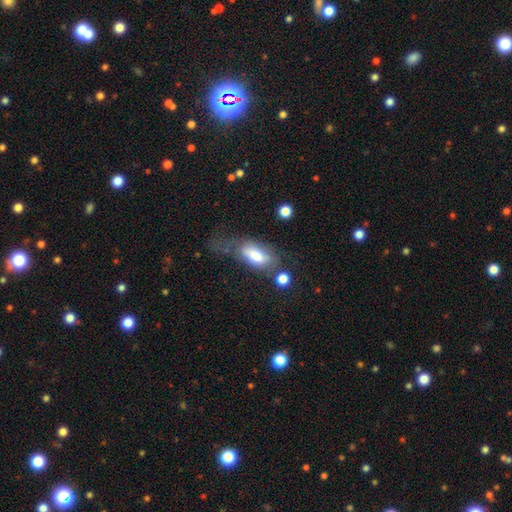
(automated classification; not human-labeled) Smooth or featured: smooth — 69% (featured or disk — 24%)
How rounded: in between — 86% (cigar-shaped — 11%)
Merging: none — 34% (major disturbance — 31%)